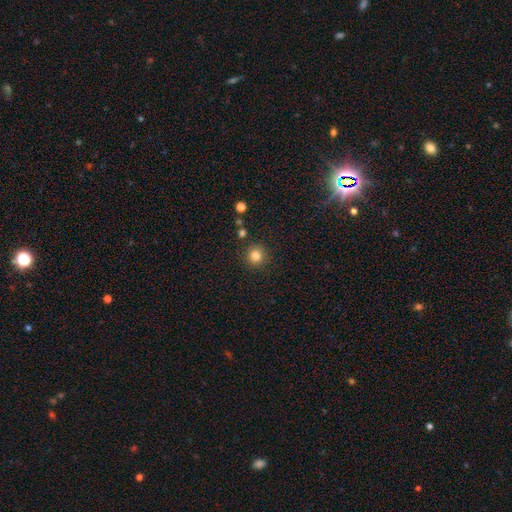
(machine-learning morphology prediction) Q: Smooth or featured?
A: smooth (82%); runner-up: star or artifact (12%)
Q: How rounded?
A: round (93%); runner-up: in between (6%)
Q: Merging?
A: none (88%); runner-up: minor disturbance (7%)